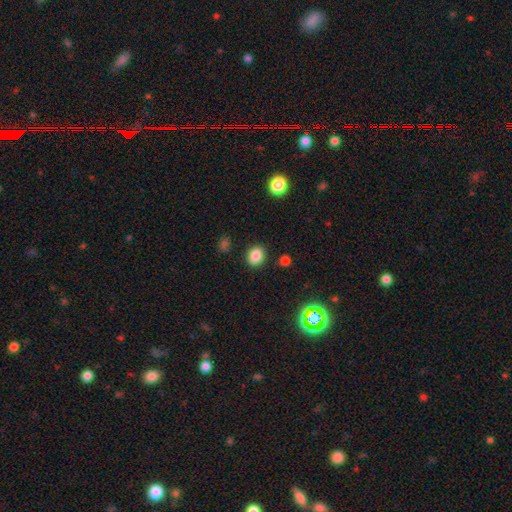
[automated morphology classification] smooth 85%, star or artifact 11%, featured or disk 4%. Down the decision tree: how rounded — in between (51%); merging — none (86%).